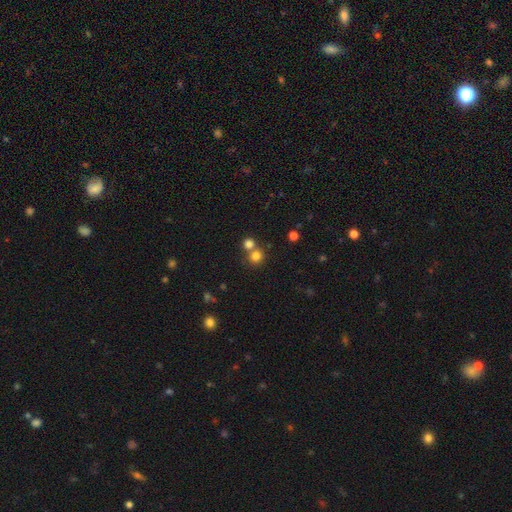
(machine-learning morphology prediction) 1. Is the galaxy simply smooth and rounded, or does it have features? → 78% smooth, 15% star or artifact, 7% featured or disk.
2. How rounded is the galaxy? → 90% round, 9% in between, 1% cigar-shaped.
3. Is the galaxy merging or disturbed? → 56% none, 35% merger, 6% minor disturbance, 3% major disturbance.